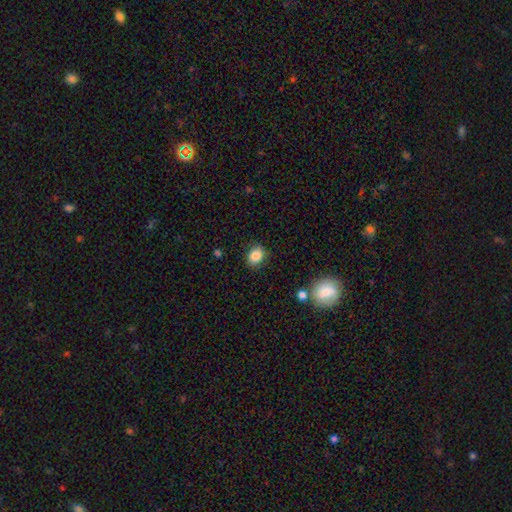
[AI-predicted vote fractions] Smooth or featured? Predicted: smooth (p=0.85). How rounded? Predicted: in between (p=0.56). Merging? Predicted: none (p=0.85).